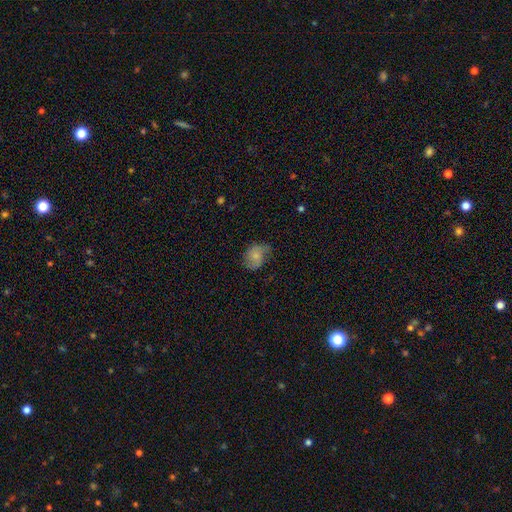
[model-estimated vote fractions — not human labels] smooth-or-featured: smooth: 59% | featured or disk: 33% | star or artifact: 8%
  how-rounded: in between: 59% | round: 40% | cigar-shaped: 1%
  merging: none: 56% | minor disturbance: 31% | major disturbance: 12% | merger: 1%